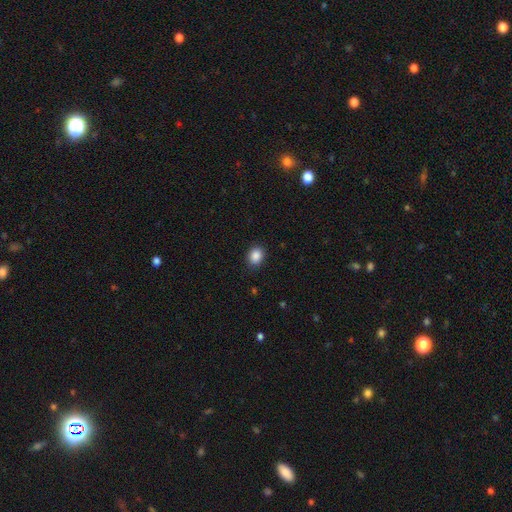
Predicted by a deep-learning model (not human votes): Smooth or featured? smooth (88%)
How rounded? round (50%)
Merging? none (88%)